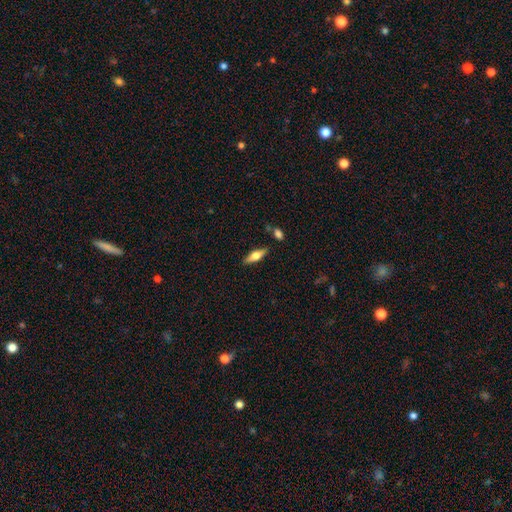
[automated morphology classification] The model was most divided on "smooth or featured": smooth: 50%, featured or disk: 44%, star or artifact: 6%. More confident: merging — none (84%).